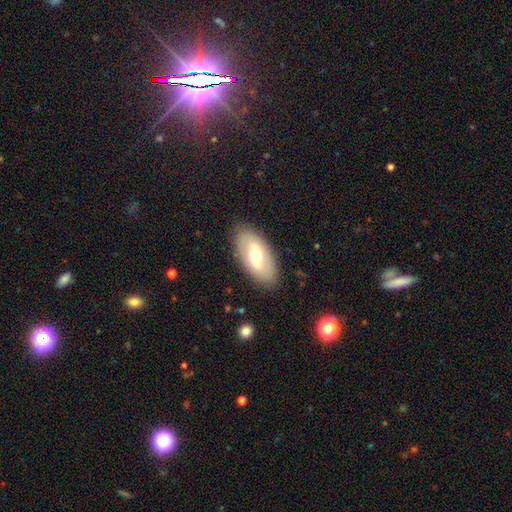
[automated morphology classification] Q: Smooth or featured?
A: smooth (49%); runner-up: featured or disk (45%)
Q: Merging?
A: none (85%); runner-up: minor disturbance (10%)